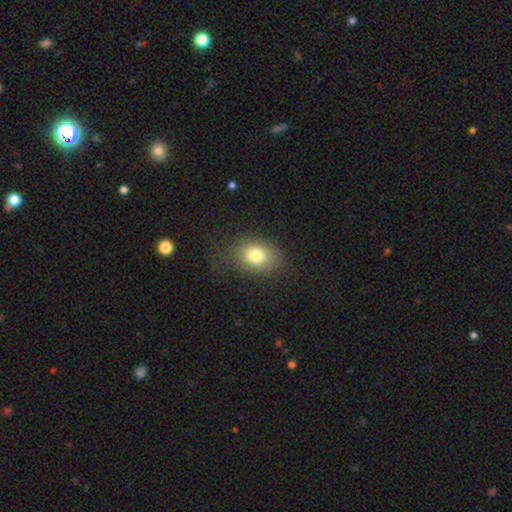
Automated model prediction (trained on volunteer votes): This appears to be a smooth galaxy with no disk features (78%) that is in between round and cigar-shaped (61%). Merging: none (72%).